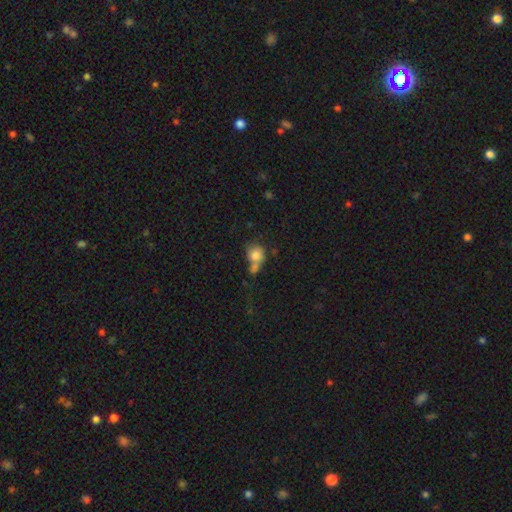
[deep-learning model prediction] Morphology: type=smooth (78%); roundness=round (70%); merging=merger (49%).